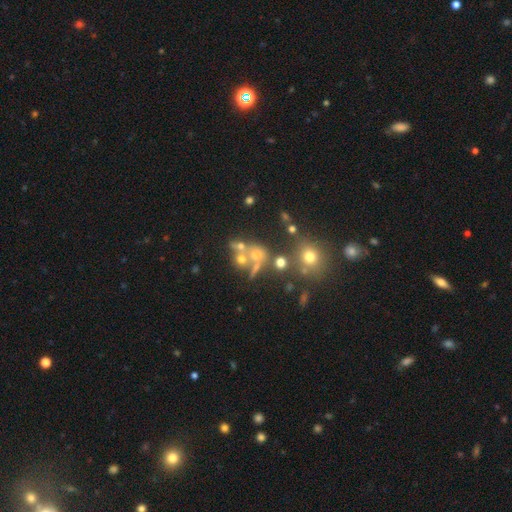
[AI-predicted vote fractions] This appears to be a star or artifact, not a galaxy (43%).